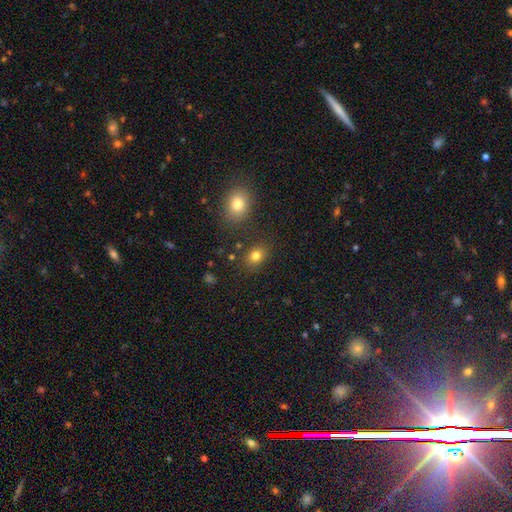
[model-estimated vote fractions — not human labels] smooth-or-featured: smooth: 79% | star or artifact: 13% | featured or disk: 8%
  how-rounded: in between: 55% | round: 44% | cigar-shaped: 1%
  merging: none: 80% | minor disturbance: 11% | merger: 6% | major disturbance: 4%